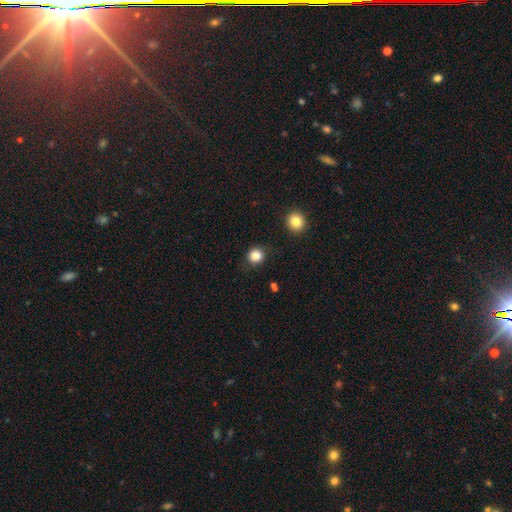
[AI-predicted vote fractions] A smooth galaxy with no disk features (85%) that is round (83%). Merging: none (80%).